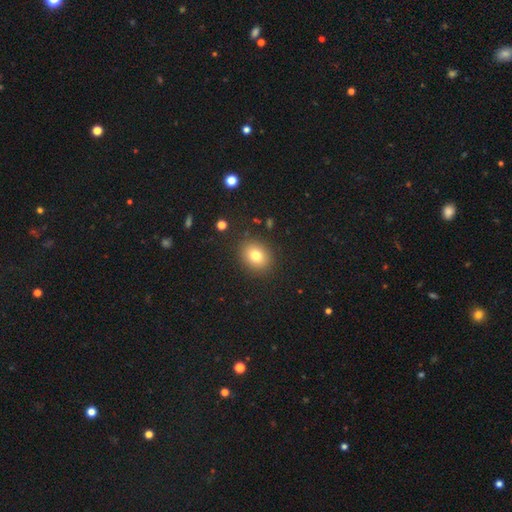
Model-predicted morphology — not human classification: This is likely a smooth galaxy (79%). How rounded: possibly round (59%). Merging: clearly none (88%).